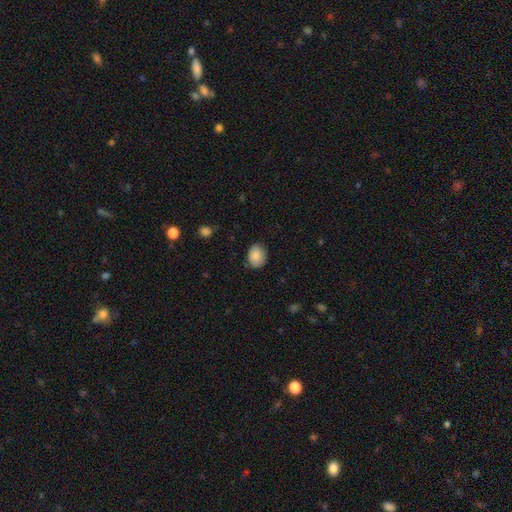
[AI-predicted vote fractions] This is clearly a smooth galaxy (86%). How rounded: possibly in between (56%). Merging: likely none (80%).